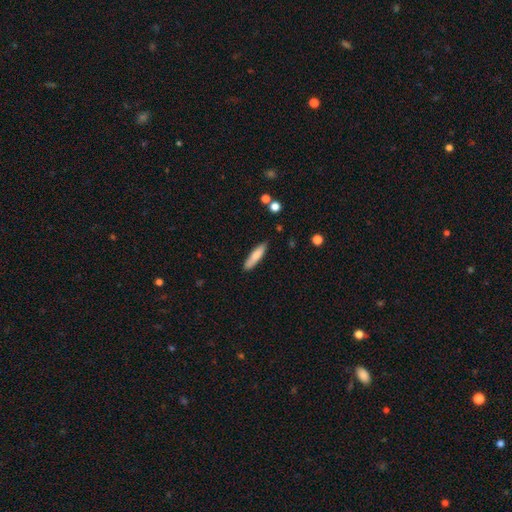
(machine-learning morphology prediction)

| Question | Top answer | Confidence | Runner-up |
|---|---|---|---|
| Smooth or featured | smooth | 80% | featured or disk (14%) |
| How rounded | cigar-shaped | 76% | in between (23%) |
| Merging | none | 85% | minor disturbance (11%) |